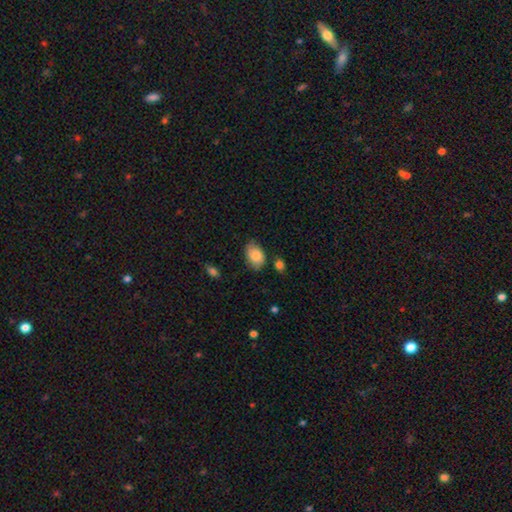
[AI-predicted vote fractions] Overall: smooth (79%). How rounded: in between (86%). Merging: none (67%).